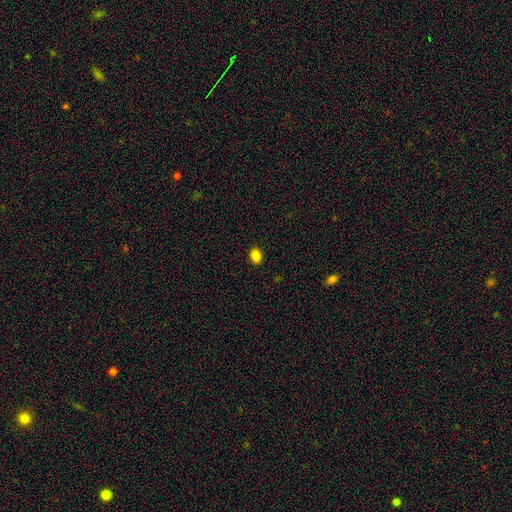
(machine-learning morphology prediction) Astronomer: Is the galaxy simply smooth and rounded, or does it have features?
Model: smooth — 86%.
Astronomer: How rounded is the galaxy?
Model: in between — 80%.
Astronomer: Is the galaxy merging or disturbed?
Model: none — 89%.